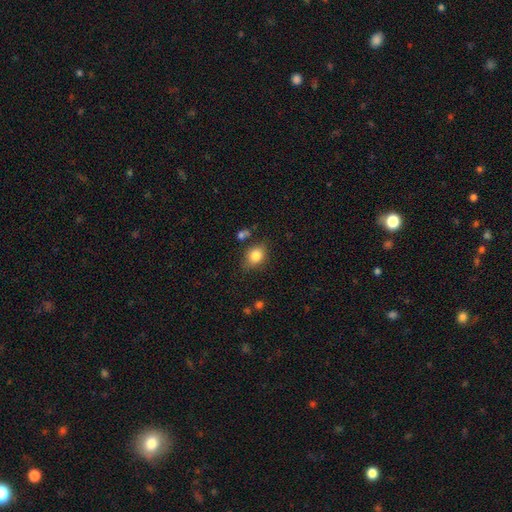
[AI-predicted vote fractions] Smooth or featured? smooth (82%)
How rounded? in between (56%)
Merging? none (75%)